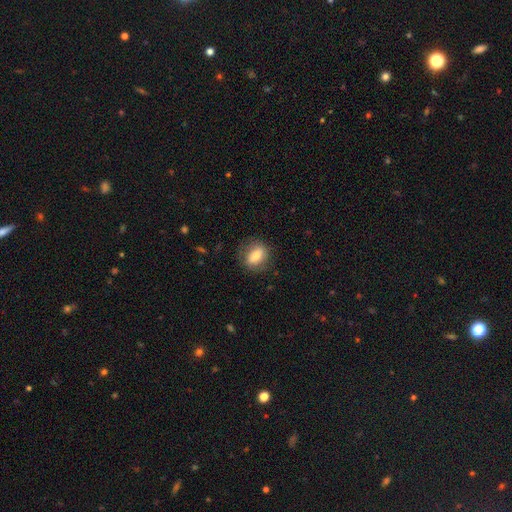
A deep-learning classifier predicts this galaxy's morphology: smooth 72%, featured or disk 20%, star or artifact 8%. Down the decision tree: how rounded — in between (60%); merging — none (79%).